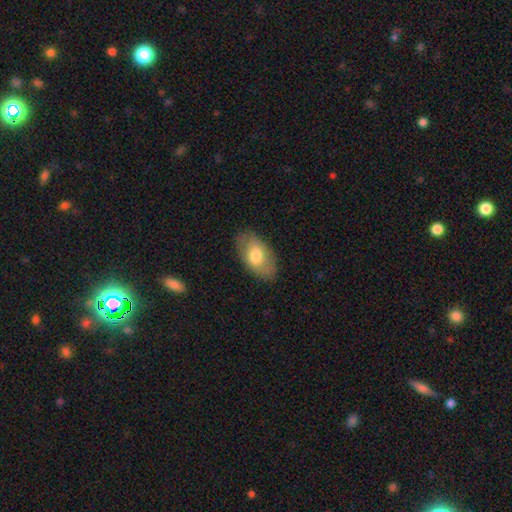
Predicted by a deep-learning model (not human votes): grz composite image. It shows a smooth galaxy with no disk features (71%) that is in between round and cigar-shaped (92%). Merging: none (82%).